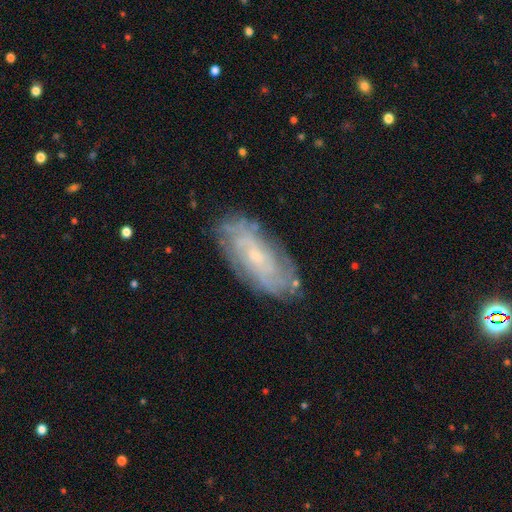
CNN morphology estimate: smooth_or_featured: featured or disk (p=0.72) [alt: smooth p=0.21]
disk_edge_on: no (p=0.90) [alt: yes p=0.10]
bar: no (p=0.65) [alt: weak p=0.29]
has_spiral_arms: yes (p=0.85) [alt: no p=0.15]
spiral_winding: tight (p=0.64) [alt: medium p=0.27]
spiral_arm_count: can't tell (p=0.58) [alt: 2 p=0.15]
bulge_size: small (p=0.72) [alt: moderate p=0.22]
merging: none (p=0.78) [alt: minor disturbance p=0.16]